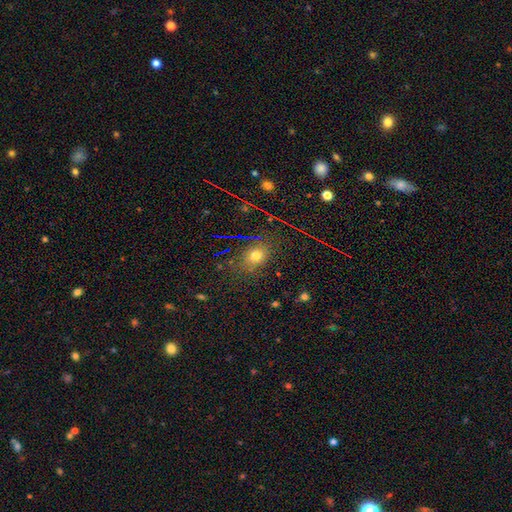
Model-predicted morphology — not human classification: Overall: smooth (67%). How rounded: round (51%; in between 46%). Merging: none (79%).